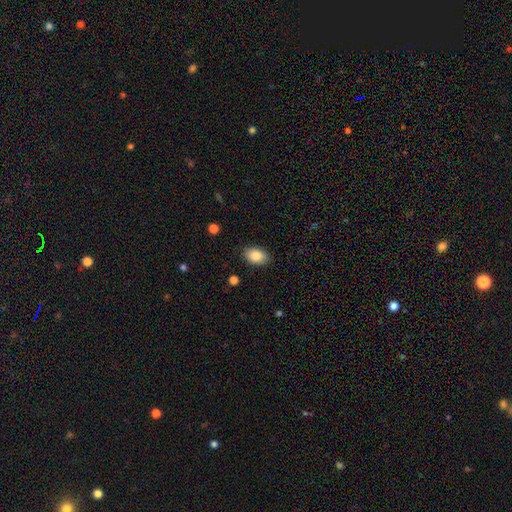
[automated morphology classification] Smooth or featured: smooth — 87% (star or artifact — 7%)
How rounded: in between — 88% (round — 11%)
Merging: none — 87% (minor disturbance — 10%)